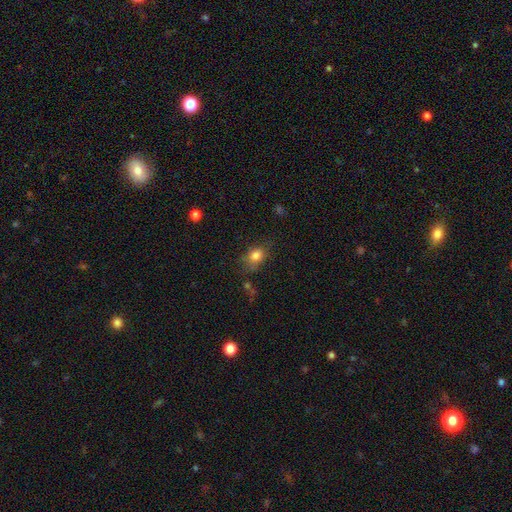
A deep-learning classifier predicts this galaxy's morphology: Smooth or featured? Predicted: smooth (p=0.79). How rounded? Predicted: in between (p=0.65). Merging? Predicted: none (p=0.62).